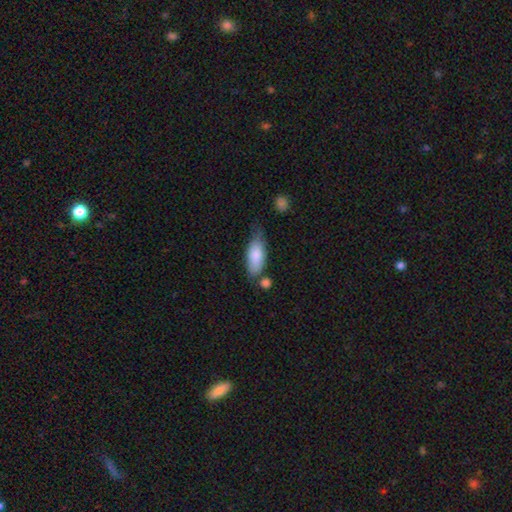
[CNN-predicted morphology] Overall: smooth (83%). How rounded: in between (80%). Merging: none (47%; minor disturbance 32%).